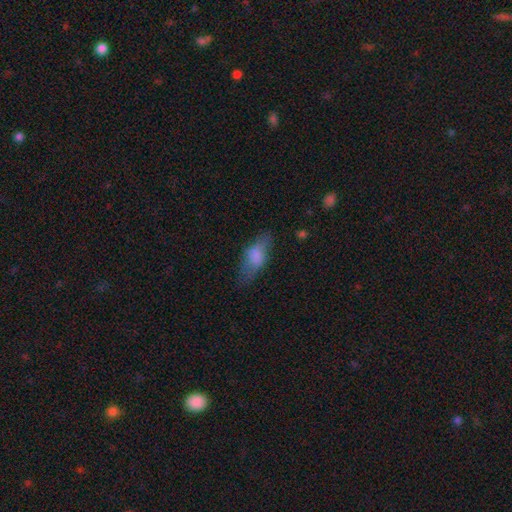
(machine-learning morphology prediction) A smooth galaxy with no disk features (70%) that is in between round and cigar-shaped (79%). Merging: none (56%).